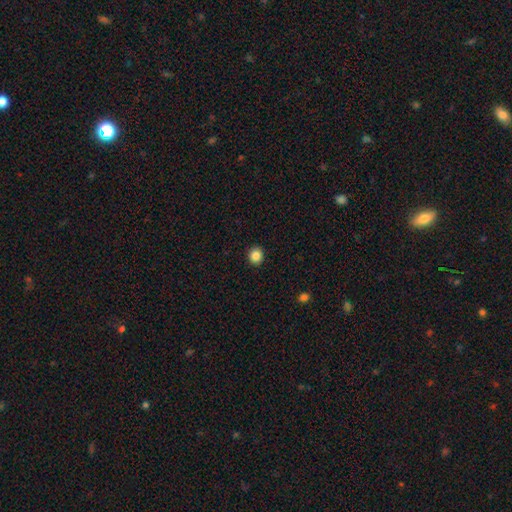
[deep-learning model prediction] Smooth or featured?
  - smooth: 87% *
  - star or artifact: 10%
  - featured or disk: 3%
How rounded?
  - round: 83% *
  - in between: 16%
  - cigar-shaped: 1%
Merging?
  - none: 92% *
  - minor disturbance: 5%
  - major disturbance: 2%
  - merger: 1%